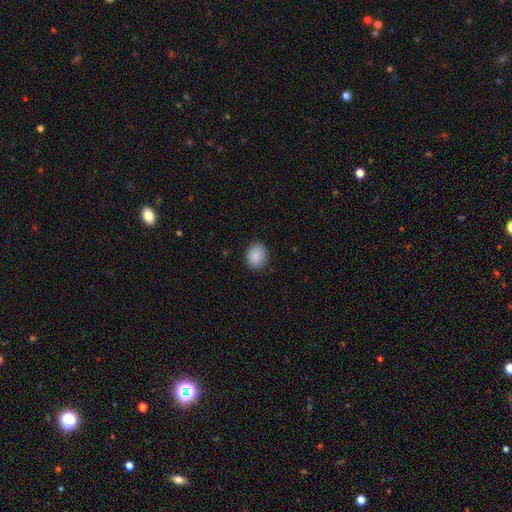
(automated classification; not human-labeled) smooth-or-featured: smooth: 89% | star or artifact: 7% | featured or disk: 4%
  how-rounded: round: 61% | in between: 38% | cigar-shaped: 1%
  merging: none: 86% | minor disturbance: 10% | major disturbance: 2% | merger: 1%